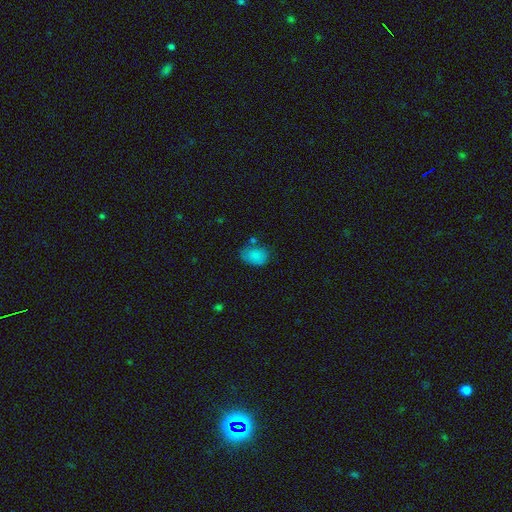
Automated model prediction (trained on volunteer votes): Smooth or featured?
  - smooth: 83% *
  - star or artifact: 10%
  - featured or disk: 7%
How rounded?
  - in between: 73% *
  - round: 26%
  - cigar-shaped: 1%
Merging?
  - none: 55% *
  - minor disturbance: 25%
  - merger: 12%
  - major disturbance: 9%